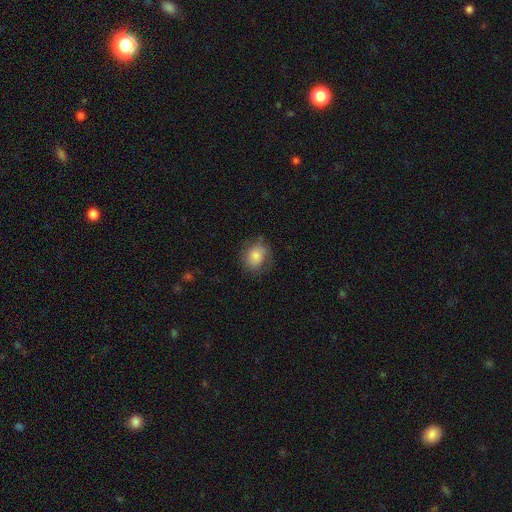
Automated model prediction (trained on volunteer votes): A smooth galaxy with no disk features (77%) that is round (55%).

Vote fractions:
- Smooth or featured? smooth: 77% / featured or disk: 14% / star or artifact: 8%
- How rounded? round: 55% / in between: 44% / cigar-shaped: 1%
- Merging? none: 70% / minor disturbance: 21% / major disturbance: 8% / merger: 1%